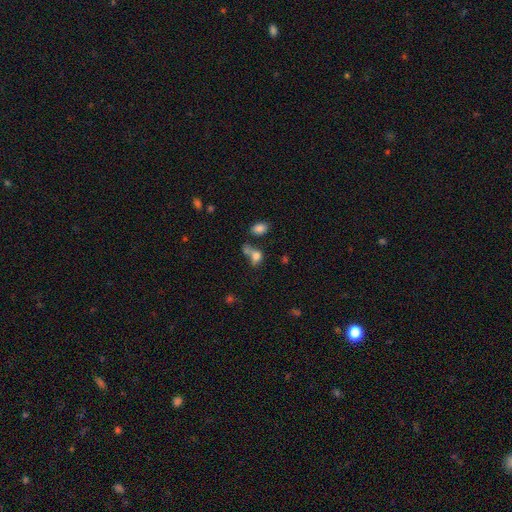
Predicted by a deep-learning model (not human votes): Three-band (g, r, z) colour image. It shows a smooth galaxy with no disk features (76%) that is in between round and cigar-shaped (70%). Merging: merger (40%).